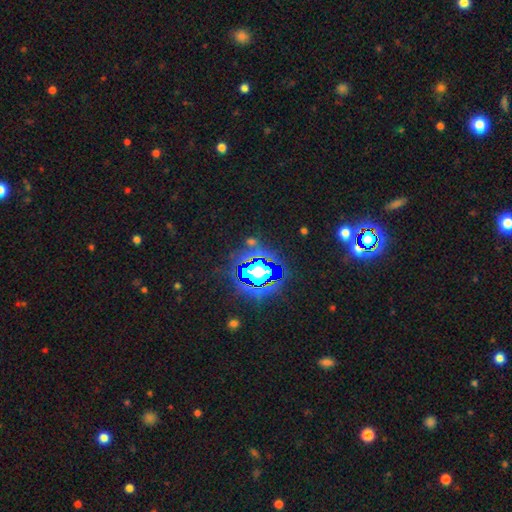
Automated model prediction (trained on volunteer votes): Smooth or featured?
  - star or artifact: 82% *
  - smooth: 10%
  - featured or disk: 7%